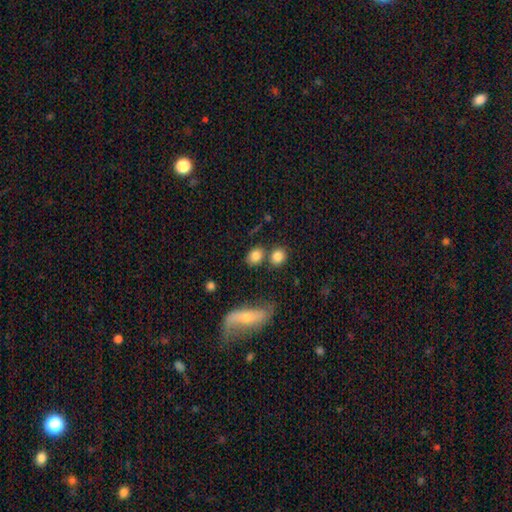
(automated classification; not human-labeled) A smooth galaxy with no disk features (81%) that is round (50%). Merging: none (65%).